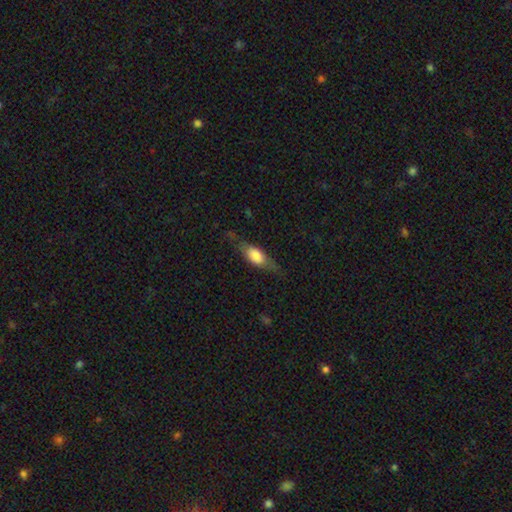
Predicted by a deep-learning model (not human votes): The model was most divided on "smooth or featured": smooth: 55%, featured or disk: 38%, star or artifact: 7%. More confident: merging — none (70%); how rounded — in between (64%).